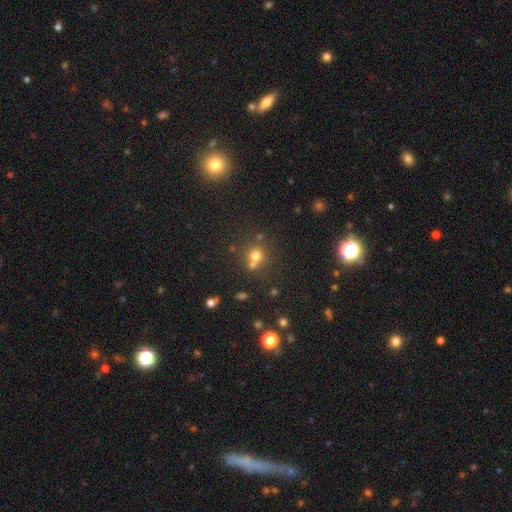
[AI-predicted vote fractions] This is likely a smooth galaxy (68%). How rounded: clearly round (83%). Merging: possibly none (54%).